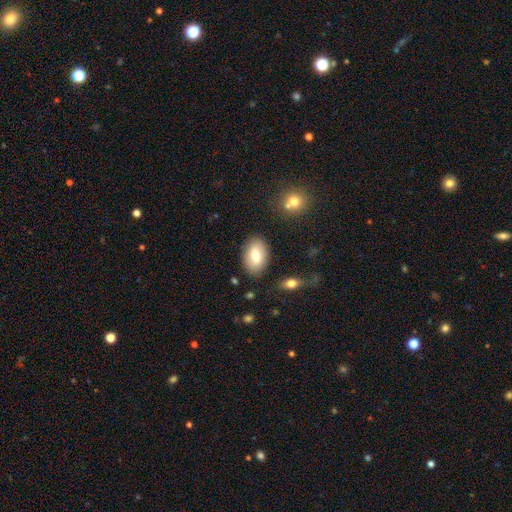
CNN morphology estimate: Smooth or featured?
  - smooth: 72% *
  - featured or disk: 21%
  - star or artifact: 7%
How rounded?
  - in between: 91% *
  - round: 7%
  - cigar-shaped: 2%
Merging?
  - none: 84% *
  - minor disturbance: 11%
  - major disturbance: 3%
  - merger: 2%